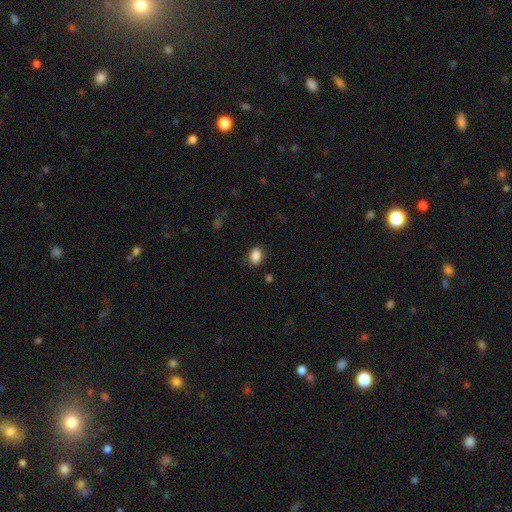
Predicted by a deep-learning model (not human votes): smooth_or_featured: smooth (p=0.87) [alt: star or artifact p=0.09]
how_rounded: in between (p=0.79) [alt: round p=0.20]
merging: none (p=0.83) [alt: minor disturbance p=0.13]